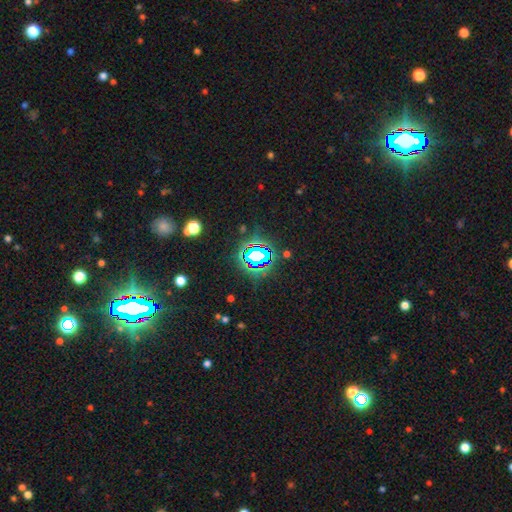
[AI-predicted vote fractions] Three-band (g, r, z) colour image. It shows a star or artifact, not a galaxy (73%).